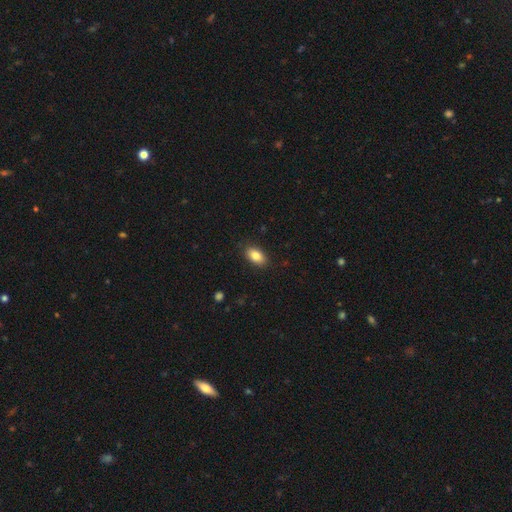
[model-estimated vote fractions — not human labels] This is clearly a smooth galaxy (85%). How rounded: clearly in between (91%). Merging: clearly none (88%).